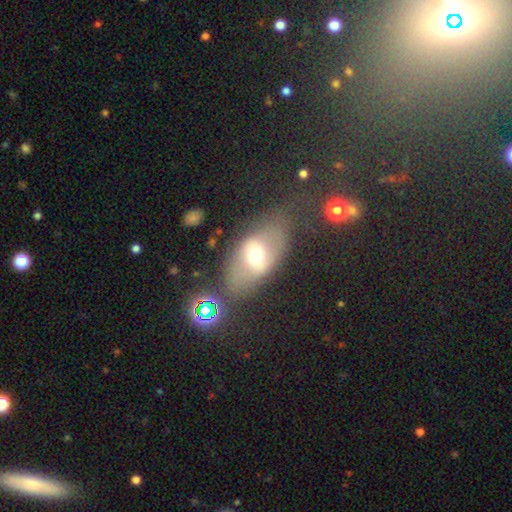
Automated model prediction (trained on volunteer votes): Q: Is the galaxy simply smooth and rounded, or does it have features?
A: smooth — 45%.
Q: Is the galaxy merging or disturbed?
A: none — 57%.